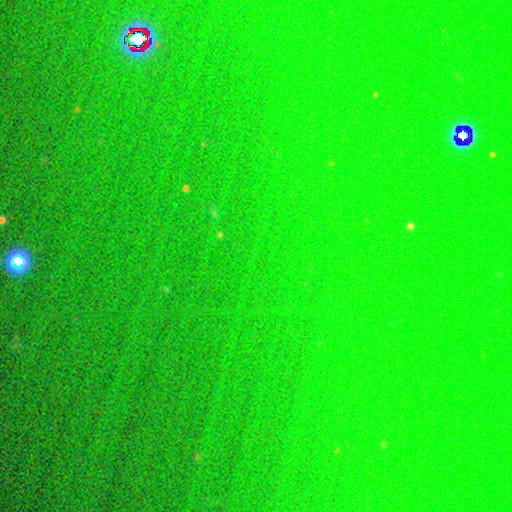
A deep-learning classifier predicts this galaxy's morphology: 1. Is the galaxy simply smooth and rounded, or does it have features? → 79% star or artifact, 13% smooth, 8% featured or disk.